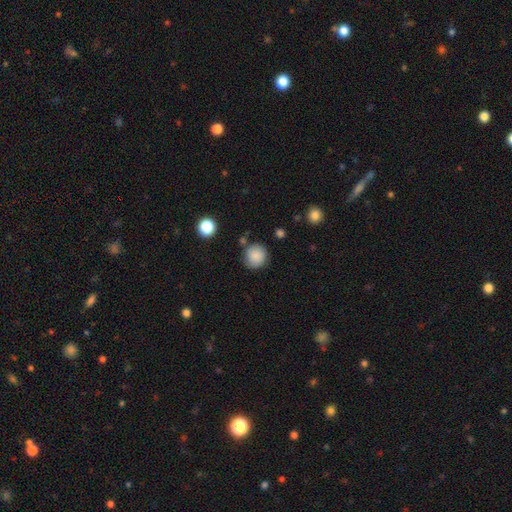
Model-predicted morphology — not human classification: A smooth galaxy with no disk features (87%) that is round (90%).

Vote fractions:
- Smooth or featured? smooth: 87% / star or artifact: 8% / featured or disk: 5%
- How rounded? round: 90% / in between: 9% / cigar-shaped: 1%
- Merging? none: 78% / minor disturbance: 13% / merger: 5% / major disturbance: 4%